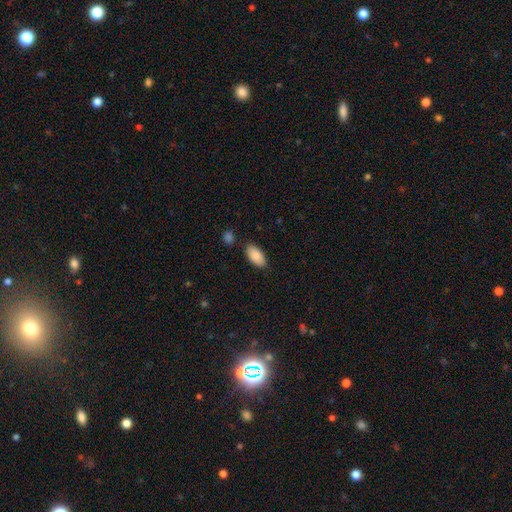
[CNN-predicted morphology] smooth_or_featured: smooth (p=0.87) [alt: featured or disk p=0.07]
how_rounded: in between (p=0.93) [alt: cigar-shaped p=0.05]
merging: none (p=0.84) [alt: minor disturbance p=0.11]